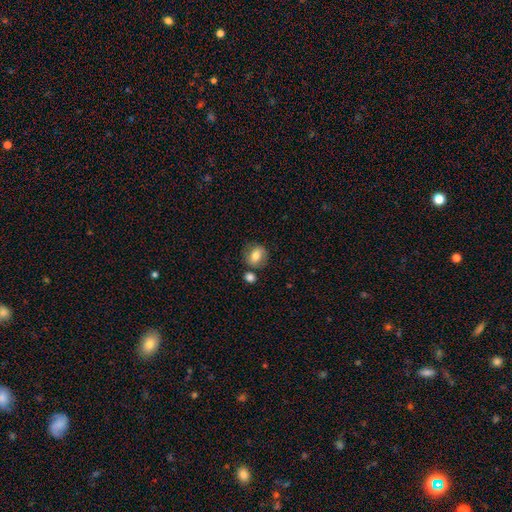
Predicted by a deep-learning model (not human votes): smooth 73%, featured or disk 18%, star or artifact 9%. Down the decision tree: how rounded — round (57%); merging — none (72%).